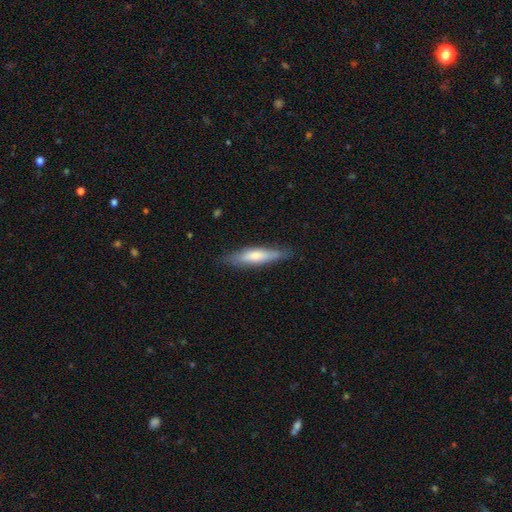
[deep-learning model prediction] smooth_or_featured: smooth (p=0.65) [alt: featured or disk p=0.30]
how_rounded: cigar-shaped (p=0.76) [alt: in between p=0.23]
merging: none (p=0.80) [alt: minor disturbance p=0.16]